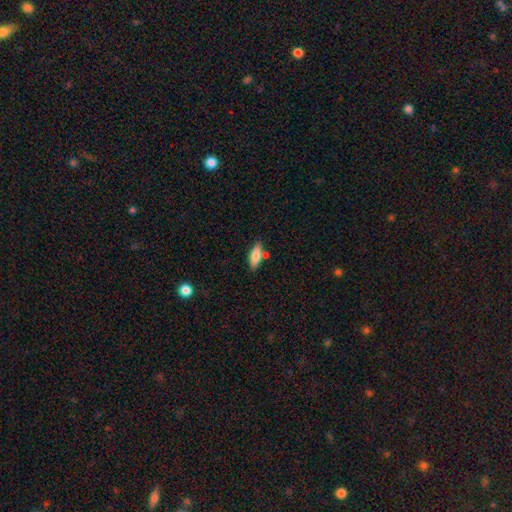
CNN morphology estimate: A smooth galaxy with no disk features (77%) that is in between round and cigar-shaped (62%). Merging: none (68%).